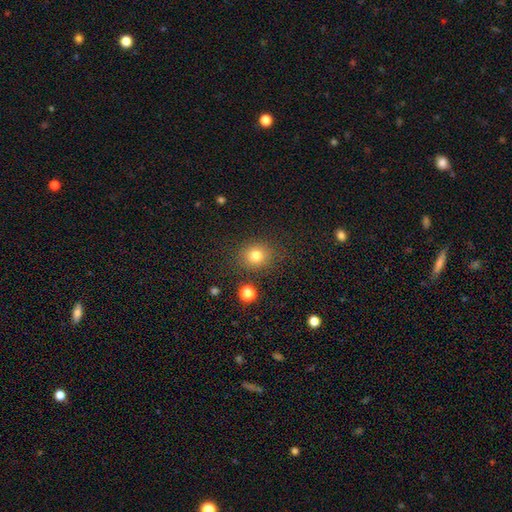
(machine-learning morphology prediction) Smooth or featured?
  - smooth: 80% *
  - star or artifact: 13%
  - featured or disk: 7%
How rounded?
  - round: 80% *
  - in between: 19%
  - cigar-shaped: 1%
Merging?
  - none: 84% *
  - minor disturbance: 9%
  - major disturbance: 4%
  - merger: 3%